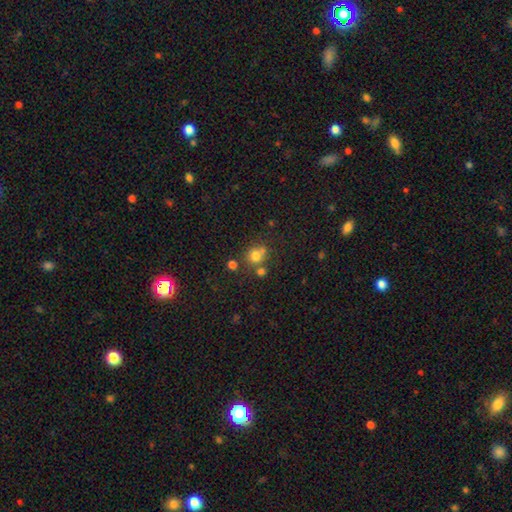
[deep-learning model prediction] The model was most divided on "merging": none: 57%, merger: 26%, minor disturbance: 12%, major disturbance: 5%. More confident: how rounded — round (82%); smooth or featured — smooth (74%).